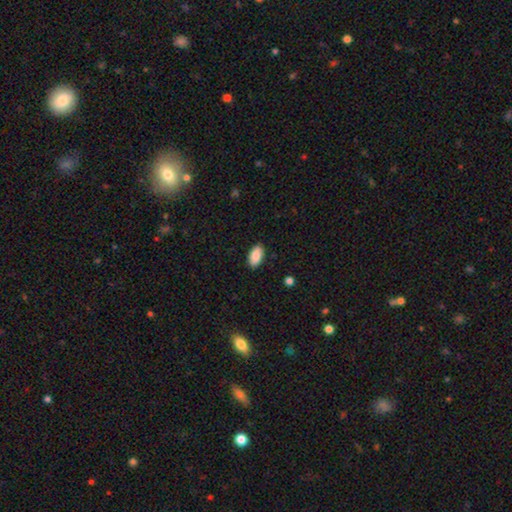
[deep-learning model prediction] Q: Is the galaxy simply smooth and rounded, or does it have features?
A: smooth — 89%.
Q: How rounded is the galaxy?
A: in between — 94%.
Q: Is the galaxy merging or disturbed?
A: none — 89%.